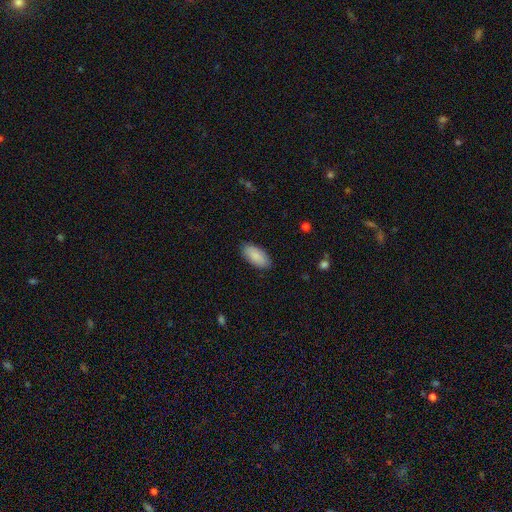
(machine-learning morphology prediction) Overall: smooth (90%). How rounded: in between (93%). Merging: none (88%).